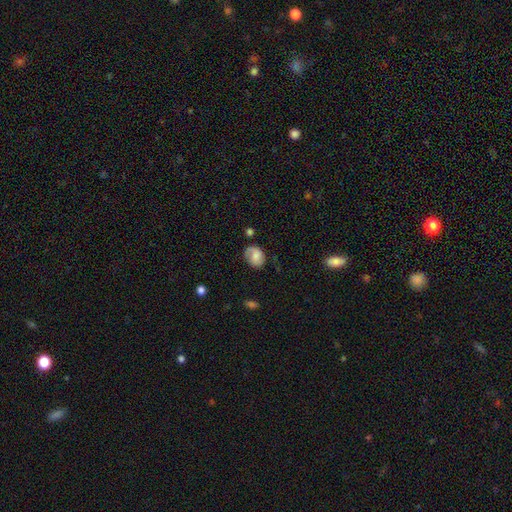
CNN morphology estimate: Overall: smooth (62%; featured or disk 30%). How rounded: in between (57%; round 42%). Merging: none (60%; minor disturbance 27%).